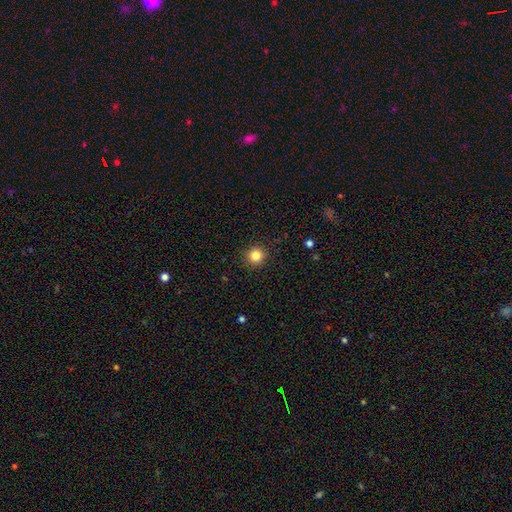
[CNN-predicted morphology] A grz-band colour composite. It shows a smooth galaxy with no disk features (83%) that is round (93%). Merging: none (91%).